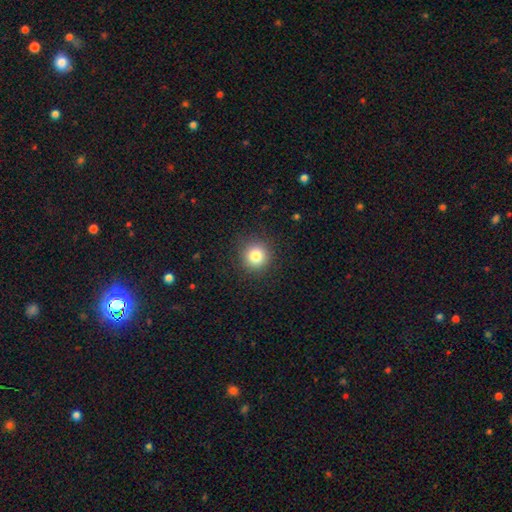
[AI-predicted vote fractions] The model was most divided on "smooth or featured": smooth: 83%, star or artifact: 11%, featured or disk: 6%. More confident: how rounded — round (94%); merging — none (90%).